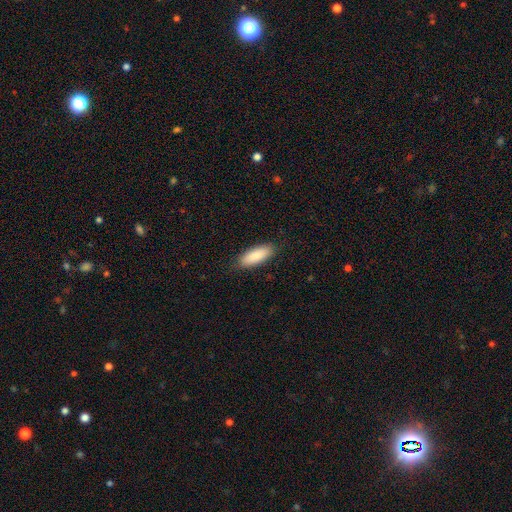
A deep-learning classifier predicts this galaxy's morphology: smooth_or_featured: smooth (p=0.89) [alt: featured or disk p=0.06]
how_rounded: in between (p=0.70) [alt: cigar-shaped p=0.29]
merging: none (p=0.87) [alt: minor disturbance p=0.10]